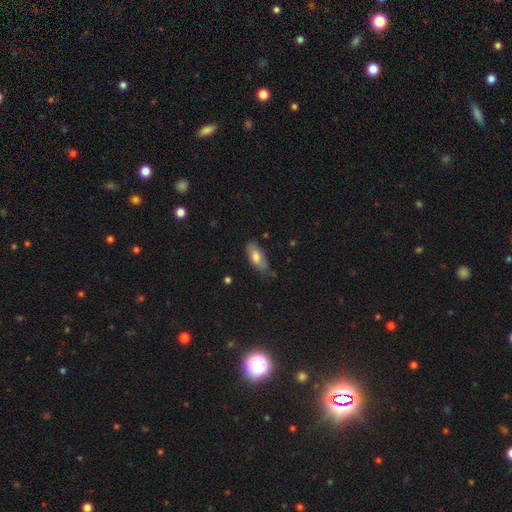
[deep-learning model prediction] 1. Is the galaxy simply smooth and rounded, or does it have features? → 72% smooth, 22% featured or disk, 7% star or artifact.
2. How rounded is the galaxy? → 83% in between, 14% cigar-shaped, 3% round.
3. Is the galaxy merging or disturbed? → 60% none, 31% minor disturbance, 7% major disturbance, 3% merger.